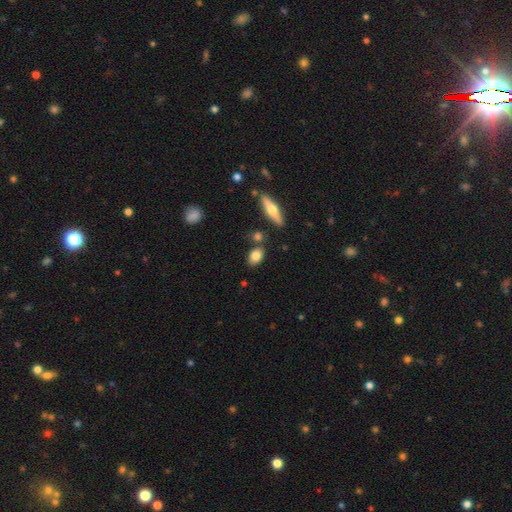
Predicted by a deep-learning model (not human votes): smooth 80%, featured or disk 12%, star or artifact 7%. Down the decision tree: how rounded — in between (78%); merging — none (77%).